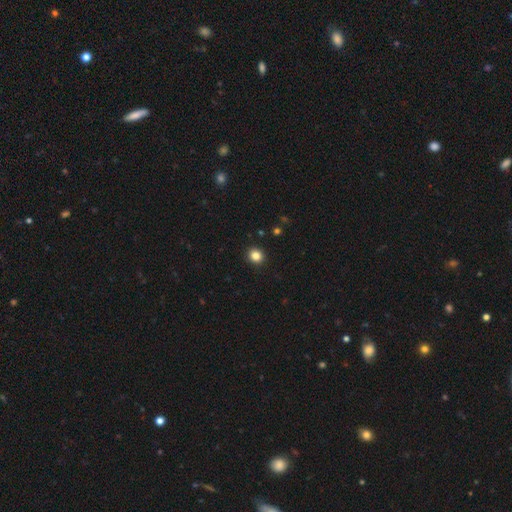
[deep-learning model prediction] smooth-or-featured: smooth: 84% | star or artifact: 12% | featured or disk: 4%
  how-rounded: round: 85% | in between: 14% | cigar-shaped: 1%
  merging: none: 93% | minor disturbance: 5% | major disturbance: 2% | merger: 1%